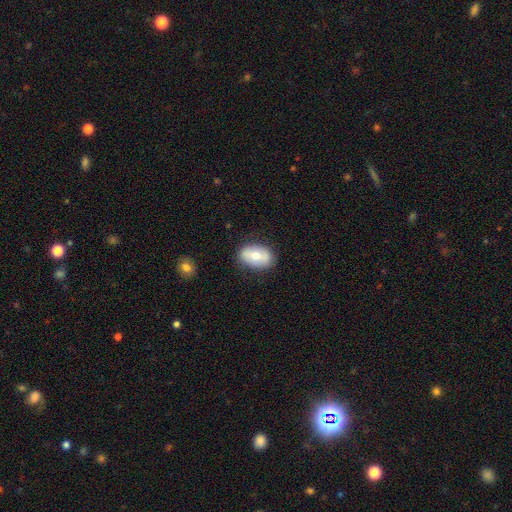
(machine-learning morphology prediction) type=smooth (62%); roundness=in between (85%); merging=none (82%).